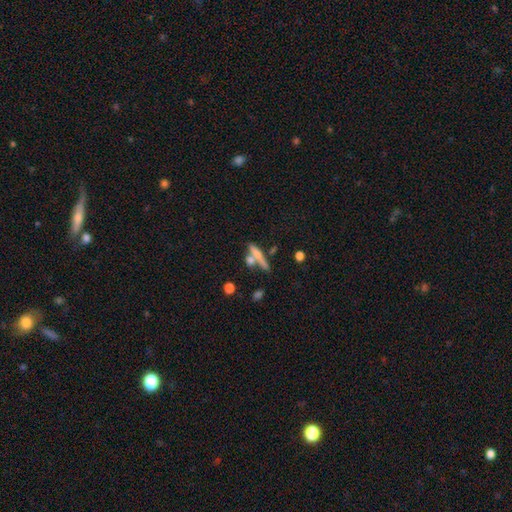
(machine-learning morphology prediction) This appears to be a smooth galaxy with no disk features (58%) that is cigar-shaped (80%). Merging: none (53%).